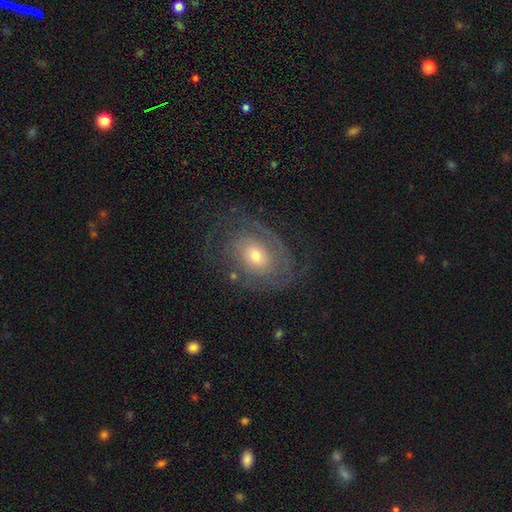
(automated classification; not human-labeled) This is likely a featured or disk galaxy (74%). It is clearly not viewed edge-on (96%). Bar: likely no (76%). Spiral arm pattern: clearly yes (84%). Spiral arm count: marginally 2 (41%). Spiral winding: possibly tight (59%). Central bulge: possibly moderate (48%). Merging: likely none (67%).